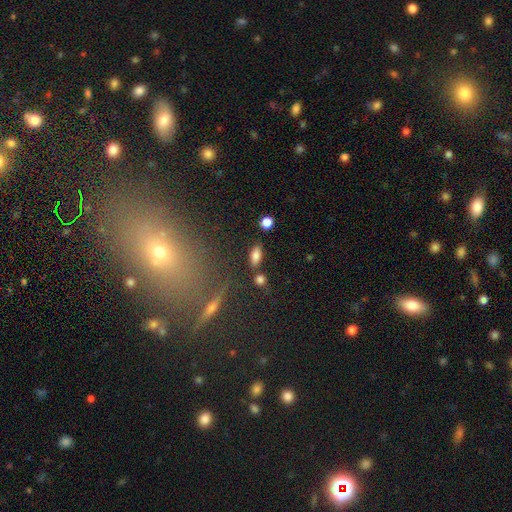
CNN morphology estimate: Smooth or featured: smooth — 81% (featured or disk — 10%)
How rounded: in between — 83% (cigar-shaped — 13%)
Merging: none — 79% (minor disturbance — 11%)